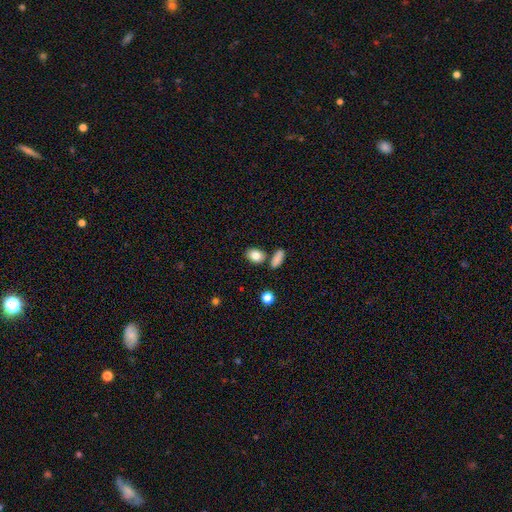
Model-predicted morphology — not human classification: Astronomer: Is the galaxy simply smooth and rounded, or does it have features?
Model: smooth — 83%.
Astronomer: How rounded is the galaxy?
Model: in between — 73%.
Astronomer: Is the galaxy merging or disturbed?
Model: none — 74%.